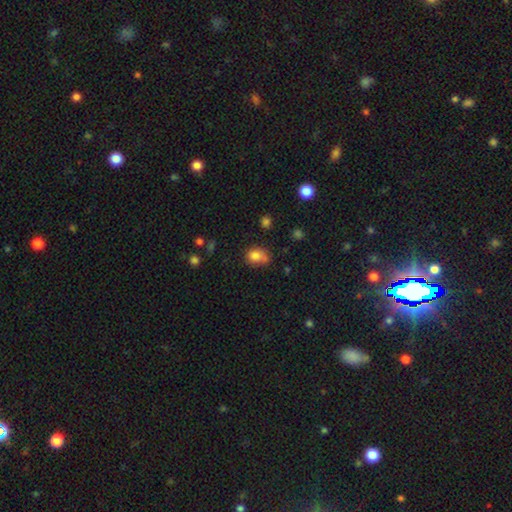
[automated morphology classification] smooth-or-featured: smooth: 80% | star or artifact: 11% | featured or disk: 9%
  how-rounded: in between: 50% | round: 49% | cigar-shaped: 1%
  merging: none: 50% | minor disturbance: 27% | merger: 14% | major disturbance: 9%